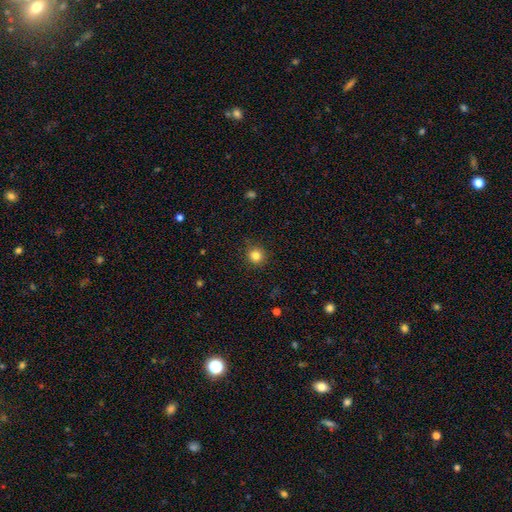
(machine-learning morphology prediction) smooth_or_featured: smooth (p=0.83) [alt: star or artifact p=0.12]
how_rounded: round (p=0.93) [alt: in between p=0.06]
merging: none (p=0.89) [alt: minor disturbance p=0.07]